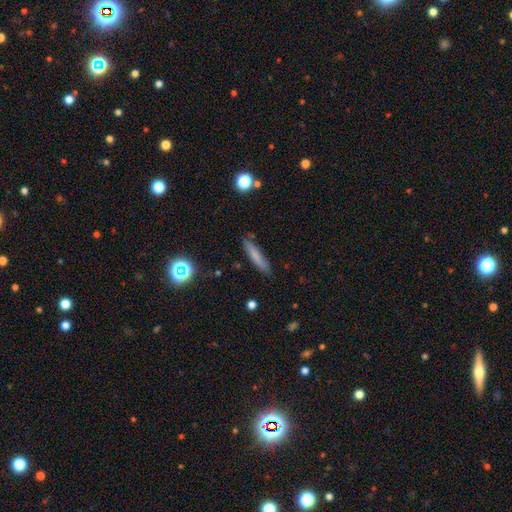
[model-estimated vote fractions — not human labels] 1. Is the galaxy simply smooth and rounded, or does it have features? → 71% smooth, 20% featured or disk, 9% star or artifact.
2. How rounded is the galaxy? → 89% cigar-shaped, 9% in between, 2% round.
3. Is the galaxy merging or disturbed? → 83% none, 12% minor disturbance, 2% major disturbance, 2% merger.